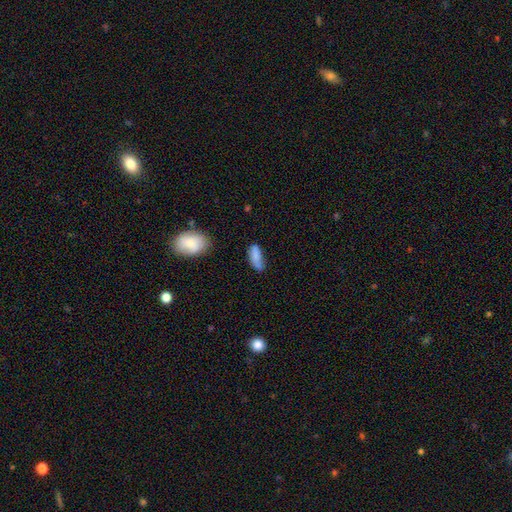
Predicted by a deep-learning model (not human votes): A smooth galaxy with no disk features (79%) that is in between round and cigar-shaped (77%). Merging: none (50%).